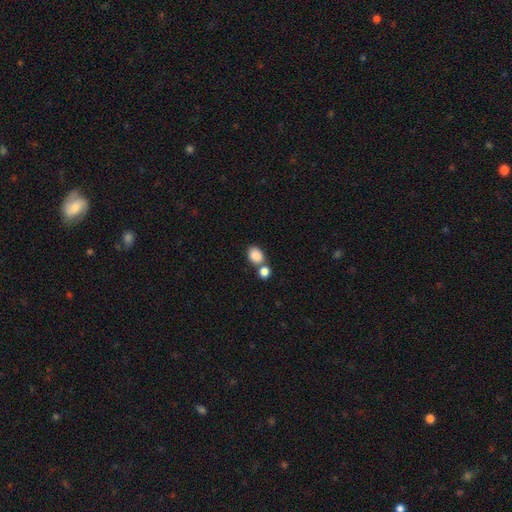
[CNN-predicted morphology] A smooth galaxy with no disk features (86%) that is in between round and cigar-shaped (63%). Merging: none (53%).